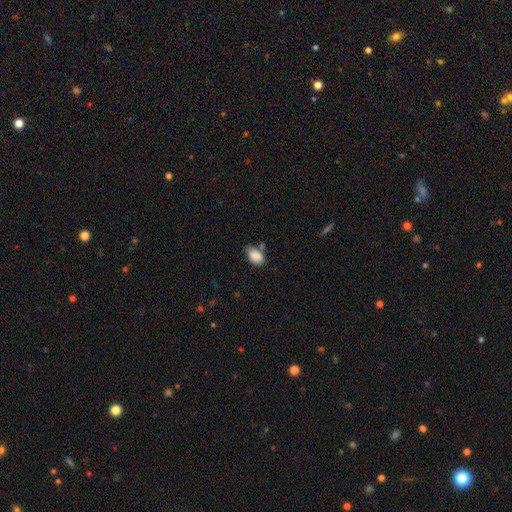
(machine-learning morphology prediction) smooth-or-featured: smooth: 88% | star or artifact: 8% | featured or disk: 5%
  how-rounded: in between: 87% | round: 12% | cigar-shaped: 1%
  merging: none: 62% | minor disturbance: 23% | merger: 10% | major disturbance: 5%